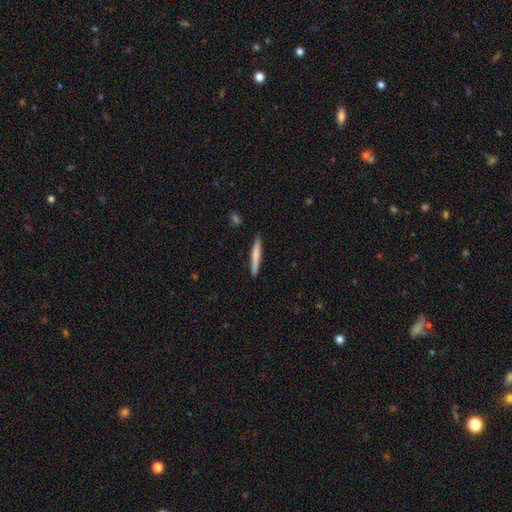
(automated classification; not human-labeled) Q: Smooth or featured?
A: smooth (71%); runner-up: featured or disk (24%)
Q: How rounded?
A: cigar-shaped (96%); runner-up: in between (3%)
Q: Merging?
A: none (89%); runner-up: minor disturbance (8%)